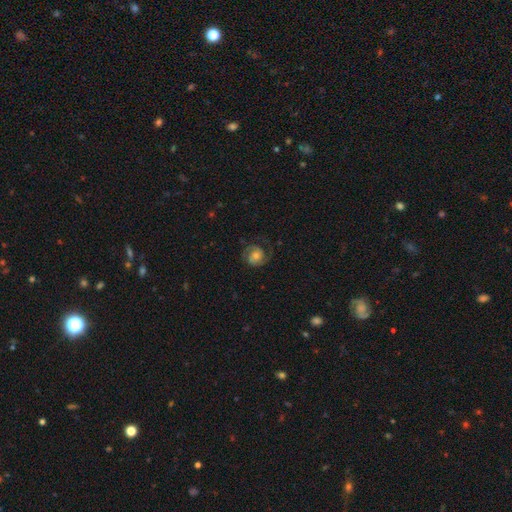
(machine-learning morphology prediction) Smooth or featured?
  - featured or disk: 74% *
  - smooth: 18%
  - star or artifact: 7%
Edge-on disk?
  - no: 98% *
  - yes: 2%
Bar?
  - no: 72% *
  - weak: 24%
  - strong: 5%
Spiral arms?
  - yes: 95% *
  - no: 5%
Spiral winding?
  - tight: 45% *
  - medium: 41%
  - loose: 14%
Spiral arm count?
  - 2: 78% *
  - can't tell: 8%
  - 1: 5%
  - 3: 5%
  - 4: 2%
  - more than 4: 2%
Bulge size?
  - moderate: 51% *
  - small: 39%
  - large: 6%
  - none: 3%
  - dominant: 1%
Merging?
  - none: 73% *
  - minor disturbance: 16%
  - major disturbance: 11%
  - merger: 1%